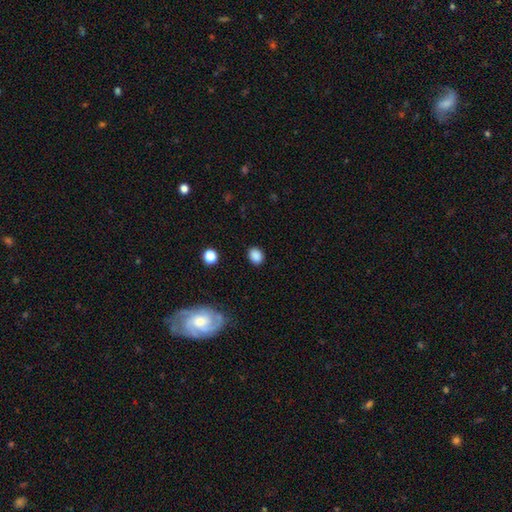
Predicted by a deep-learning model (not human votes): The model was most divided on "how rounded": round: 51%, in between: 48%, cigar-shaped: 1%. More confident: merging — none (86%); smooth or featured — smooth (86%).